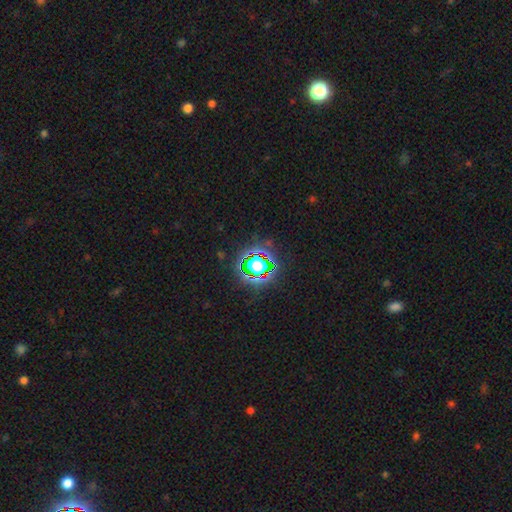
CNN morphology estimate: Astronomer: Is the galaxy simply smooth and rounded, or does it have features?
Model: star or artifact — 79%.